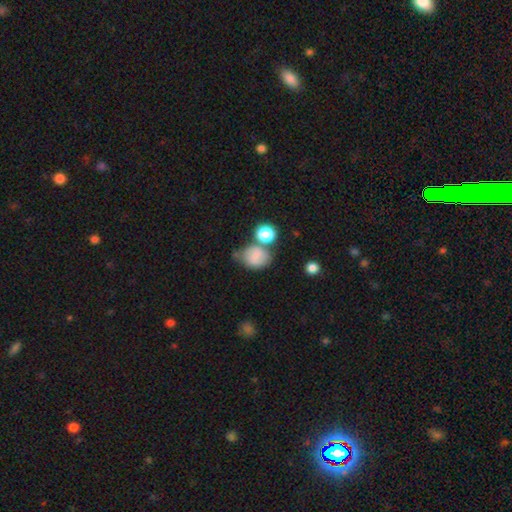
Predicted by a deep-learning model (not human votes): smooth-or-featured: smooth: 72% | featured or disk: 18% | star or artifact: 10%
  how-rounded: round: 51% | in between: 47% | cigar-shaped: 1%
  merging: none: 44% | merger: 25% | minor disturbance: 22% | major disturbance: 9%